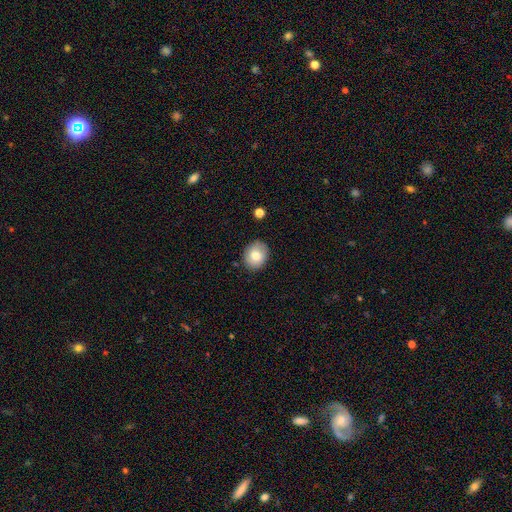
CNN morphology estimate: A smooth galaxy with no disk features (78%) that is round (57%).

Vote fractions:
- Smooth or featured? smooth: 78% / featured or disk: 14% / star or artifact: 8%
- How rounded? round: 57% / in between: 42% / cigar-shaped: 1%
- Merging? none: 85% / minor disturbance: 11% / major disturbance: 2% / merger: 1%